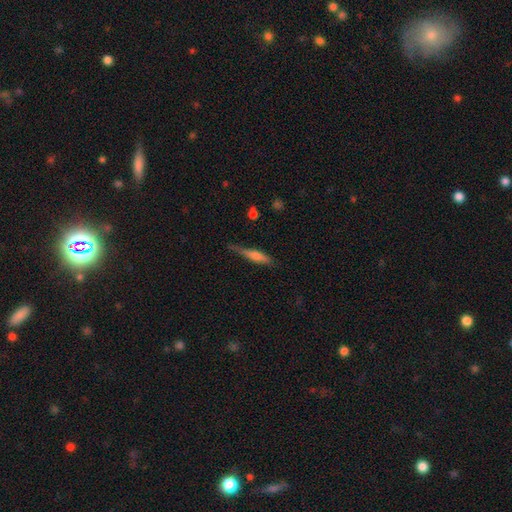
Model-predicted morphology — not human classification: Q: Smooth or featured?
A: smooth (53%); runner-up: featured or disk (40%)
Q: How rounded?
A: cigar-shaped (87%); runner-up: in between (11%)
Q: Merging?
A: none (65%); runner-up: minor disturbance (26%)